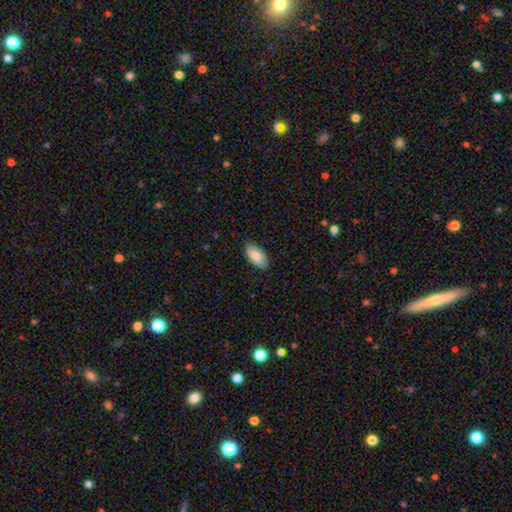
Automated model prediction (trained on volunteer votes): A smooth galaxy with no disk features (85%) that is in between round and cigar-shaped (94%).

Vote fractions:
- Smooth or featured? smooth: 85% / featured or disk: 9% / star or artifact: 6%
- How rounded? in between: 94% / cigar-shaped: 4% / round: 2%
- Merging? none: 84% / minor disturbance: 13% / major disturbance: 2% / merger: 1%